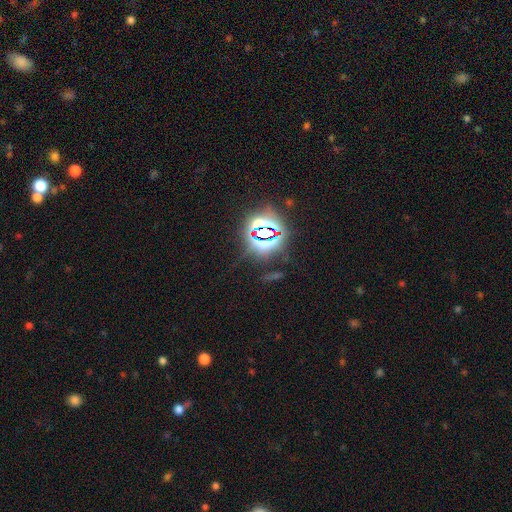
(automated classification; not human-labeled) smooth_or_featured: star or artifact (p=0.82) [alt: smooth p=0.11]